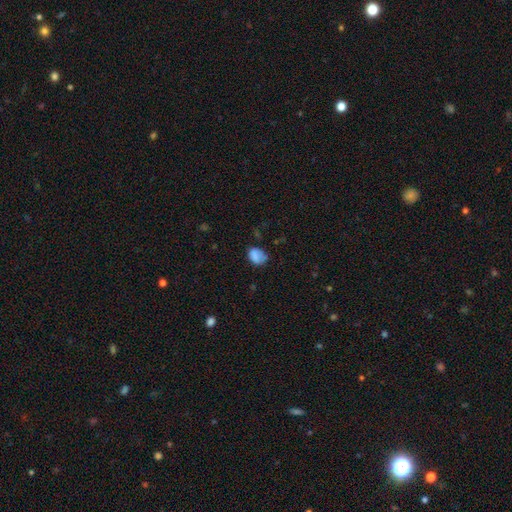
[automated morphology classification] smooth 81%, star or artifact 10%, featured or disk 9%. Down the decision tree: how rounded — in between (67%); merging — none (57%).